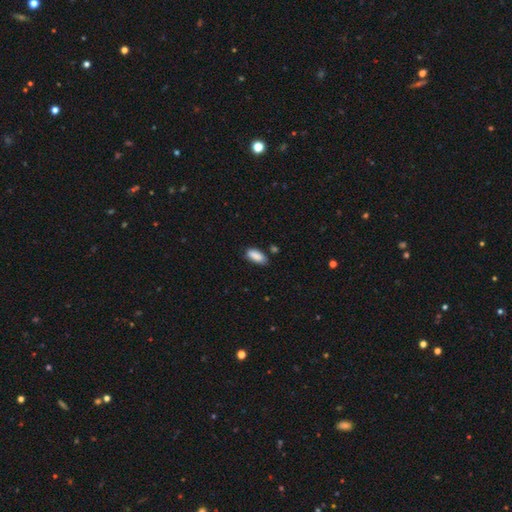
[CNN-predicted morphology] smooth 89%, star or artifact 7%, featured or disk 5%. Down the decision tree: how rounded — in between (84%); merging — none (75%).